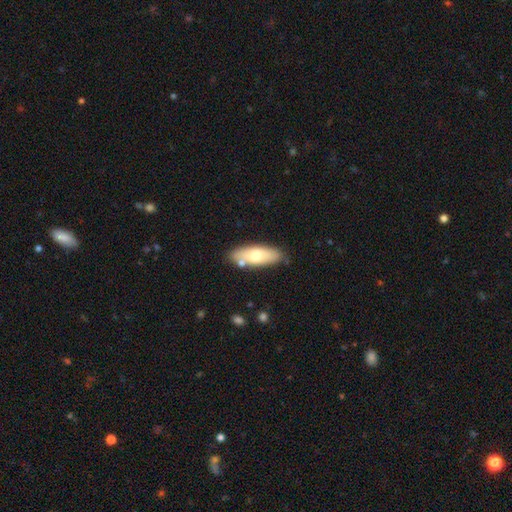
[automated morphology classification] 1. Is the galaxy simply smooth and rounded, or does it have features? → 66% smooth, 29% featured or disk, 6% star or artifact.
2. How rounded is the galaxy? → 69% in between, 29% cigar-shaped, 2% round.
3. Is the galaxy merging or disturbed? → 77% none, 14% minor disturbance, 7% merger, 3% major disturbance.